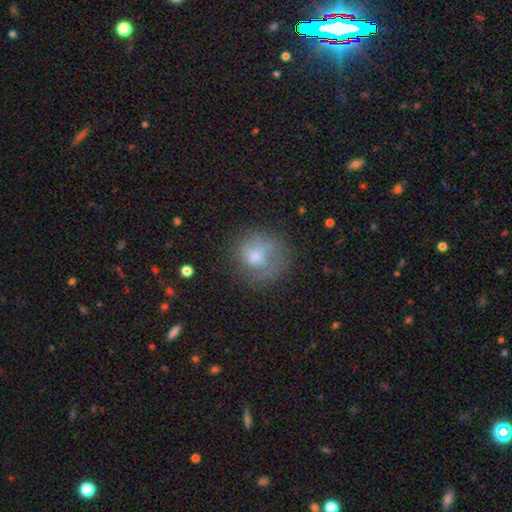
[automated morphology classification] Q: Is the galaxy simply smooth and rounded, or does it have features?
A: smooth — 49%.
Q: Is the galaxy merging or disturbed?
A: none — 54%.